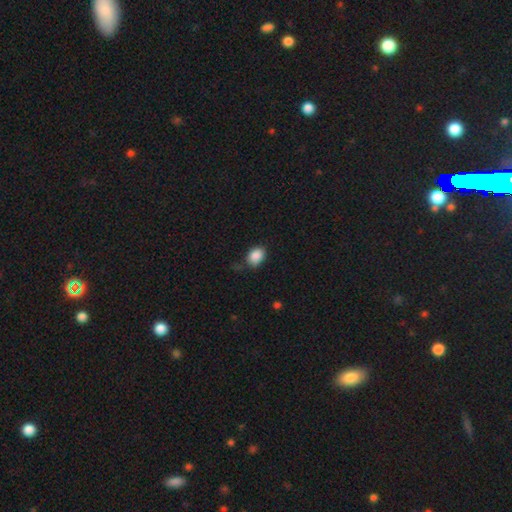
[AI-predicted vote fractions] A smooth galaxy with no disk features (87%) that is in between round and cigar-shaped (68%). Merging: none (73%).